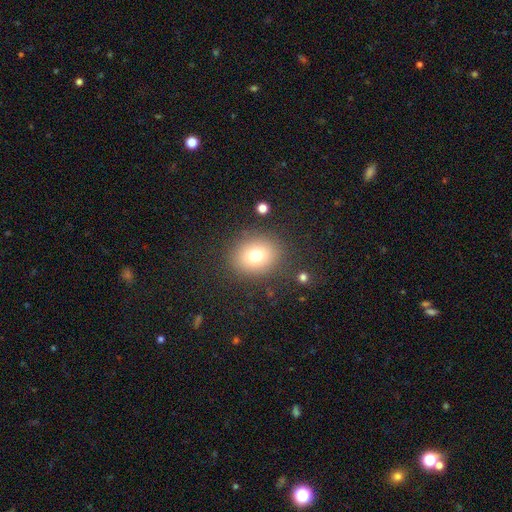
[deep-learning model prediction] The model was most divided on "how rounded": round: 69%, in between: 30%, cigar-shaped: 1%. More confident: merging — none (84%); smooth or featured — smooth (74%).